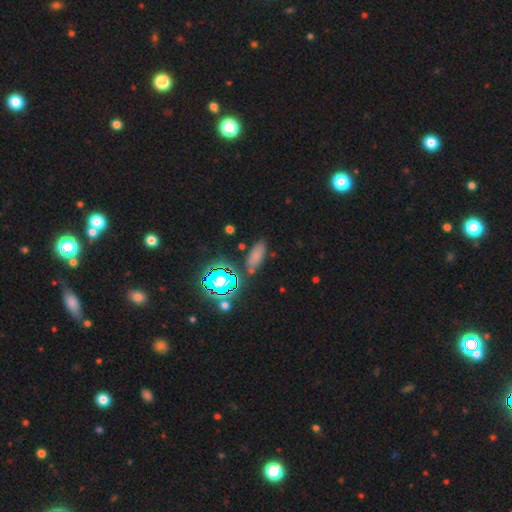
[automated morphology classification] Smooth or featured?
  - smooth: 63% *
  - star or artifact: 26%
  - featured or disk: 10%
How rounded?
  - in between: 72% *
  - cigar-shaped: 24%
  - round: 5%
Merging?
  - none: 79% *
  - minor disturbance: 12%
  - merger: 5%
  - major disturbance: 4%